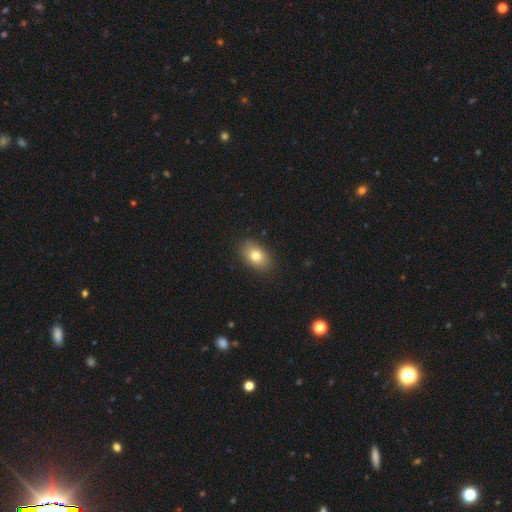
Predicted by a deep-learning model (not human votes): Smooth or featured? smooth (80%)
How rounded? in between (84%)
Merging? none (87%)